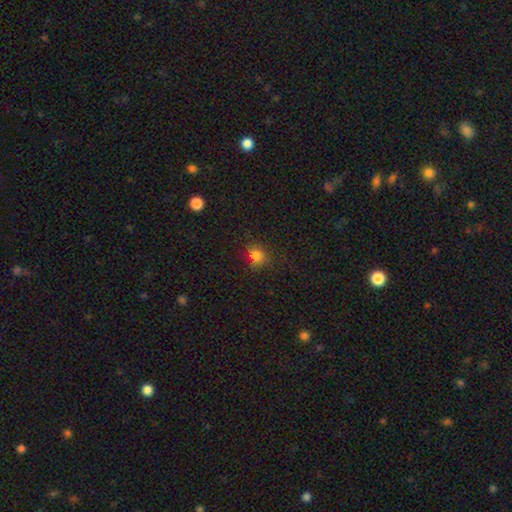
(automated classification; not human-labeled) This appears to be a smooth galaxy with no disk features (78%) that is round (74%). Merging: none (75%).